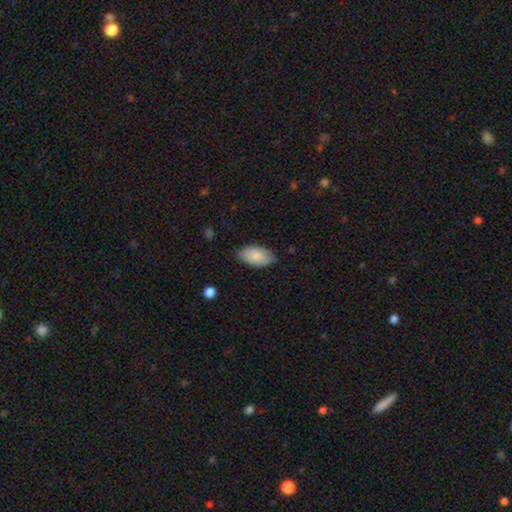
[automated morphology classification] A smooth galaxy with no disk features (86%) that is in between round and cigar-shaped (95%).

Vote fractions:
- Smooth or featured? smooth: 86% / featured or disk: 8% / star or artifact: 6%
- How rounded? in between: 95% / round: 3% / cigar-shaped: 2%
- Merging? none: 78% / minor disturbance: 18% / major disturbance: 3% / merger: 1%